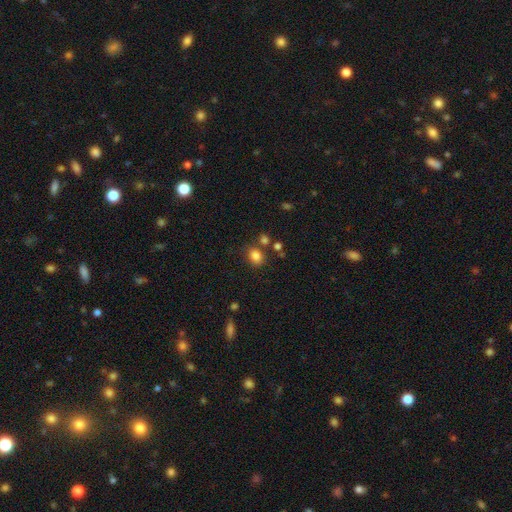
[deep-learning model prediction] This is clearly a smooth galaxy (82%). How rounded: possibly round (52%). Merging: likely none (73%).